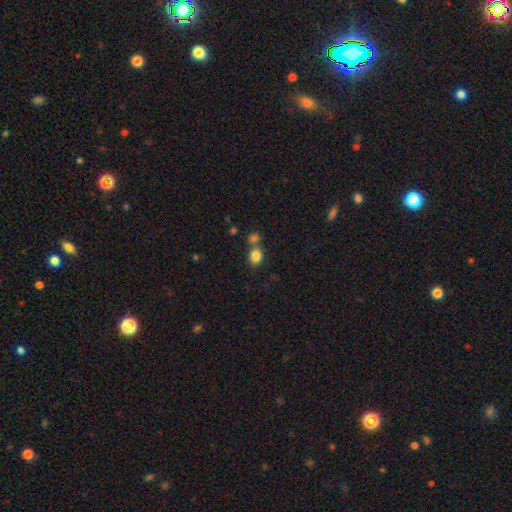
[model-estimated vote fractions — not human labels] This appears to be a smooth galaxy with no disk features (84%) that is in between round and cigar-shaped (54%). Merging: none (57%).